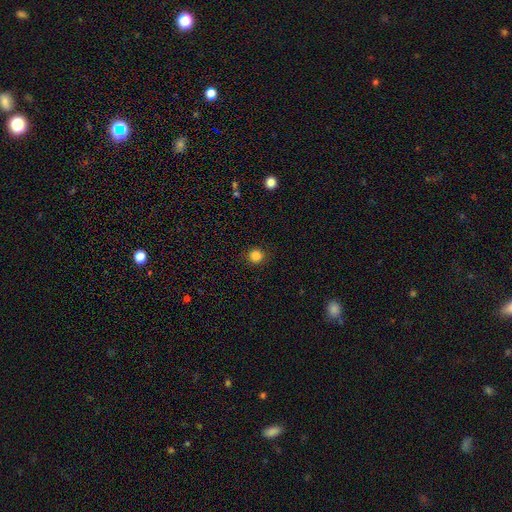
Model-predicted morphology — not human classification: The model was most divided on "smooth or featured": smooth: 84%, star or artifact: 12%, featured or disk: 4%. More confident: how rounded — round (93%); merging — none (91%).